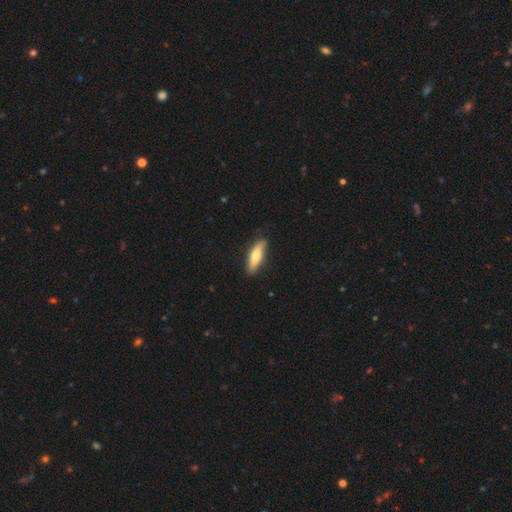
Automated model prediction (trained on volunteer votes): A smooth galaxy with no disk features (69%) that is cigar-shaped (64%). Merging: none (82%).